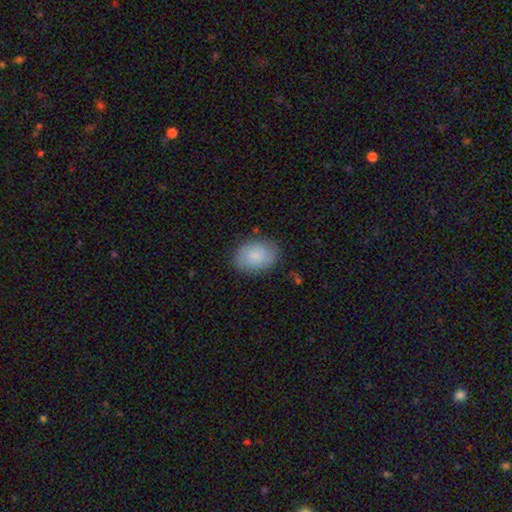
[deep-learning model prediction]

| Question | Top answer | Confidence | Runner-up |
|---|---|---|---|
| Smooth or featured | smooth | 77% | featured or disk (16%) |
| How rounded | in between | 74% | round (25%) |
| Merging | none | 82% | minor disturbance (13%) |